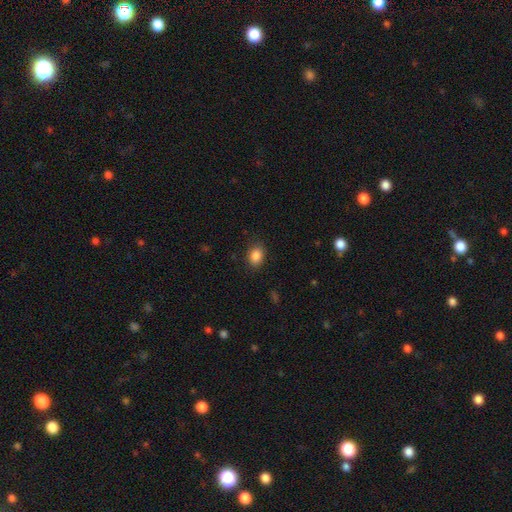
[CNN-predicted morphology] This is clearly a smooth galaxy (86%). How rounded: likely in between (70%). Merging: clearly none (85%).